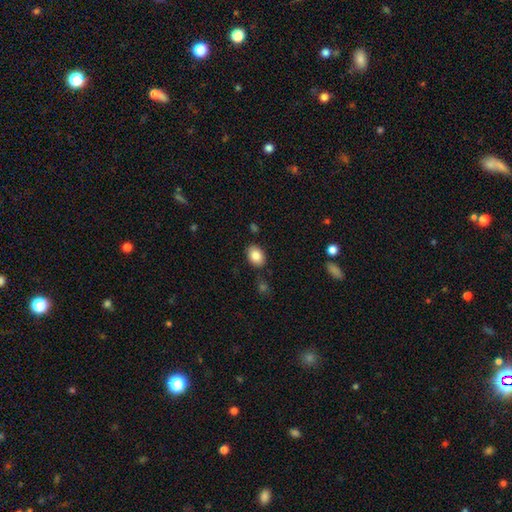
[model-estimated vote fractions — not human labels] Smooth or featured?
  - smooth: 85% *
  - star or artifact: 8%
  - featured or disk: 7%
How rounded?
  - in between: 78% *
  - round: 21%
  - cigar-shaped: 1%
Merging?
  - none: 84% *
  - minor disturbance: 11%
  - merger: 3%
  - major disturbance: 3%